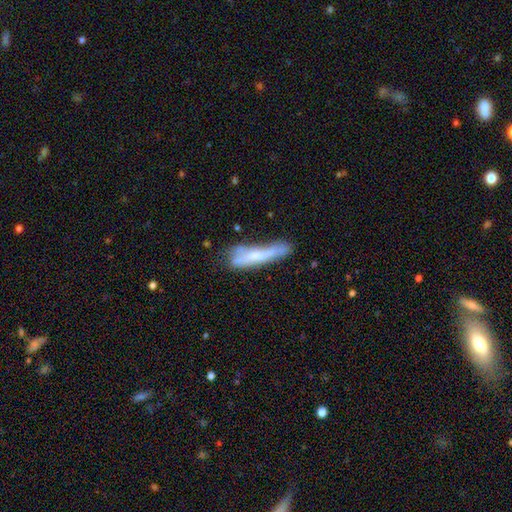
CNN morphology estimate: smooth 51%, featured or disk 41%, star or artifact 8%. Down the decision tree: how rounded — cigar-shaped (83%); merging — none (47%).